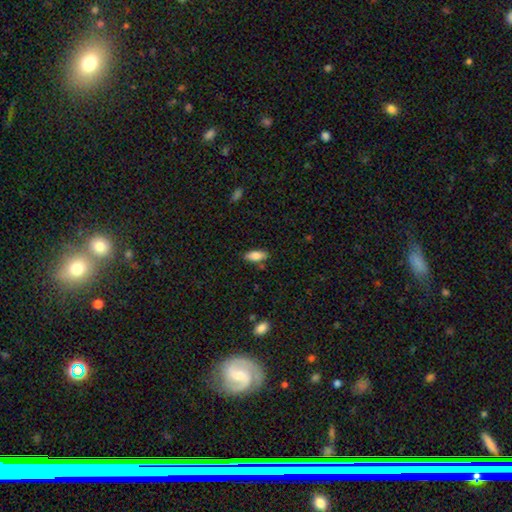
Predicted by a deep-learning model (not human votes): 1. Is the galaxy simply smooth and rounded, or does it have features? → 84% smooth, 9% featured or disk, 7% star or artifact.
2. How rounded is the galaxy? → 83% in between, 15% cigar-shaped, 2% round.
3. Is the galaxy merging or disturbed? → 81% none, 13% minor disturbance, 4% merger, 3% major disturbance.